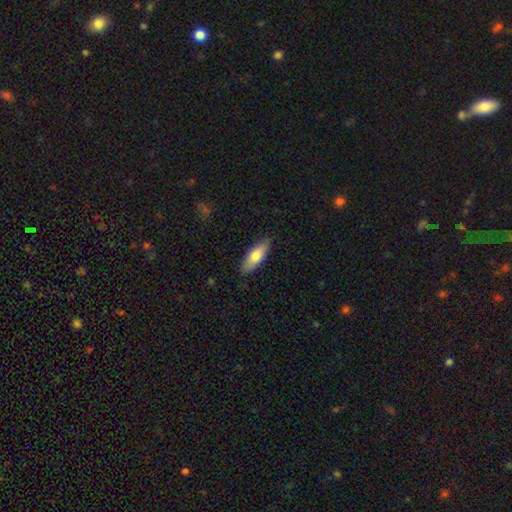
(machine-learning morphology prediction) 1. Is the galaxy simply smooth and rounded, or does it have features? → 73% smooth, 22% featured or disk, 6% star or artifact.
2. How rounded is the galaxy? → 67% in between, 31% cigar-shaped, 2% round.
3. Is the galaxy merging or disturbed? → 86% none, 11% minor disturbance, 2% major disturbance, 1% merger.